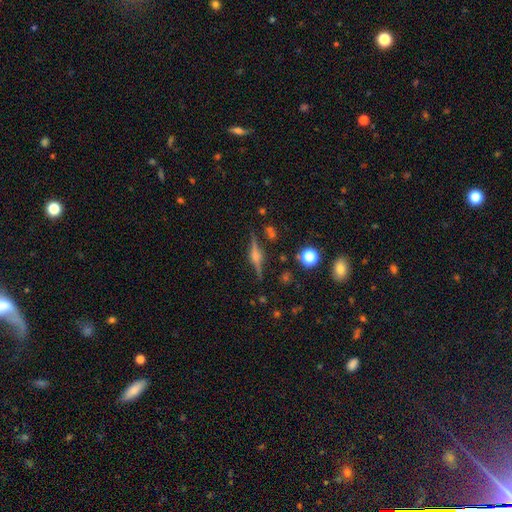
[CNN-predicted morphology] Overall: featured or disk (78%). Edge-on disk: yes (97%). Edge-on bulge: rounded (85%). Merging: none (86%).